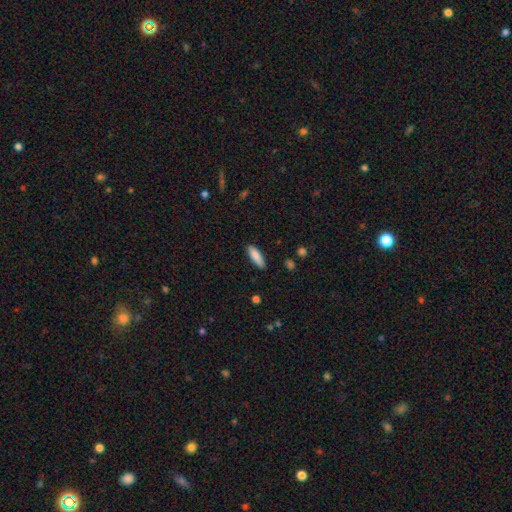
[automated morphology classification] Smooth or featured: smooth — 86% (featured or disk — 8%)
How rounded: cigar-shaped — 51% (in between — 47%)
Merging: none — 86% (minor disturbance — 11%)